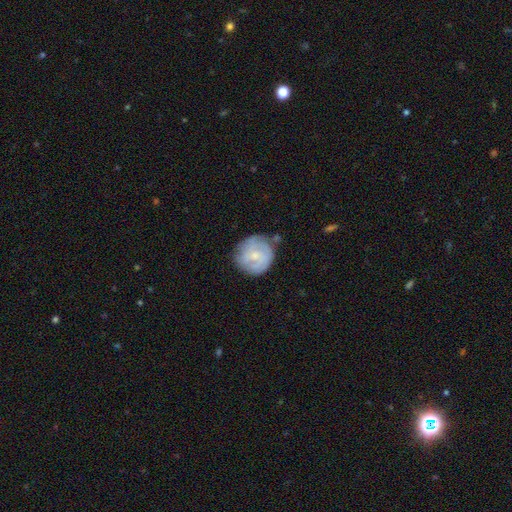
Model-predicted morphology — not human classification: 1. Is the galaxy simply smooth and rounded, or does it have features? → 55% featured or disk, 39% smooth, 6% star or artifact.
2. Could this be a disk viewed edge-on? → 98% no, 2% yes.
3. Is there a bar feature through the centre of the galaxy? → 64% no, 31% weak, 5% strong.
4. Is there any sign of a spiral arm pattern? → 72% yes, 28% no.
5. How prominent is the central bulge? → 52% small, 38% moderate, 6% none, 2% large, 1% dominant.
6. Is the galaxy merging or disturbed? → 71% none, 20% minor disturbance, 6% major disturbance, 3% merger.